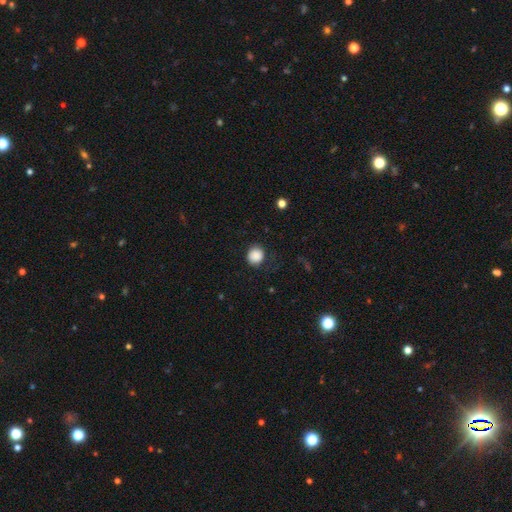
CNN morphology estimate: The model was most divided on "merging": none: 79%, minor disturbance: 14%, major disturbance: 6%, merger: 1%. More confident: smooth or featured — smooth (88%); how rounded — round (84%).